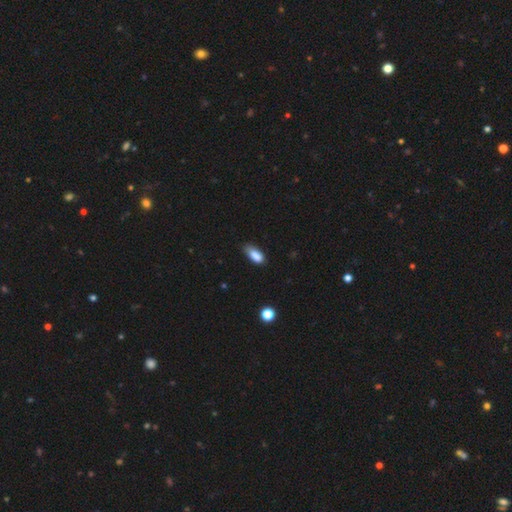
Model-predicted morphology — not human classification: Smooth or featured?
  - smooth: 85% *
  - star or artifact: 8%
  - featured or disk: 6%
How rounded?
  - in between: 85% *
  - cigar-shaped: 12%
  - round: 3%
Merging?
  - none: 59% *
  - minor disturbance: 33%
  - major disturbance: 6%
  - merger: 2%